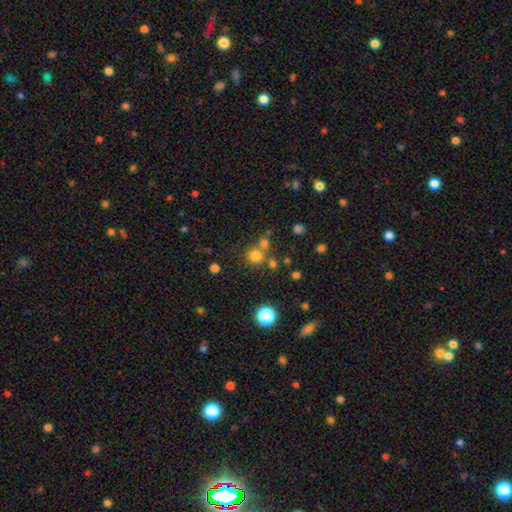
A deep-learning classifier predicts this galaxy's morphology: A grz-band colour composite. It shows a smooth galaxy with no disk features (74%) that is round (91%). Merging: none (65%).